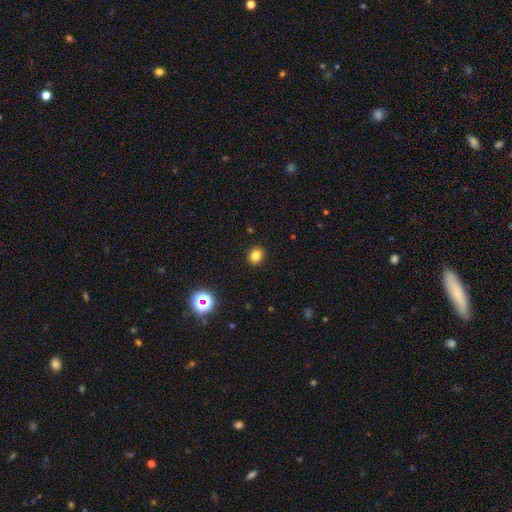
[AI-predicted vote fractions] This appears to be a smooth galaxy with no disk features (81%) that is round (84%). Merging: none (92%).